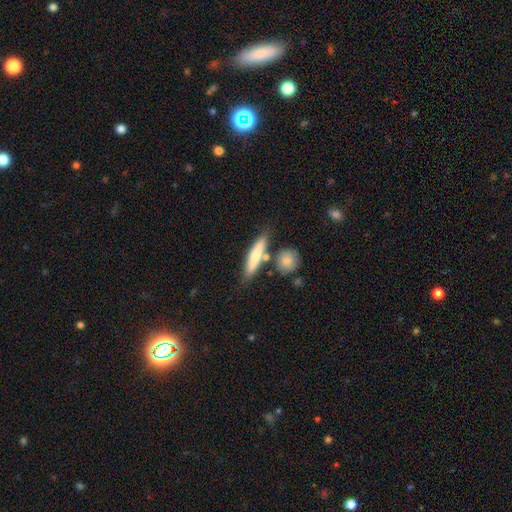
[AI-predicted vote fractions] A smooth galaxy with no disk features (65%) that is cigar-shaped (77%). Merging: none (69%).